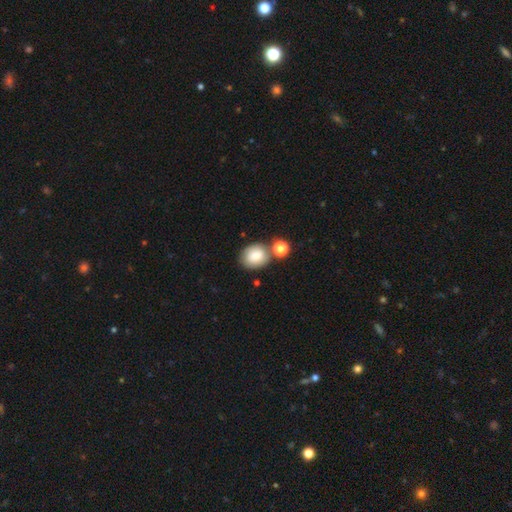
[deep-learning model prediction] Overall: smooth (81%). How rounded: round (57%; in between 42%). Merging: none (60%; merger 22%).